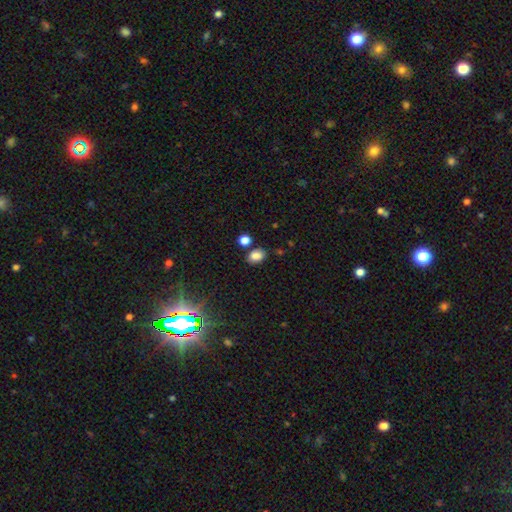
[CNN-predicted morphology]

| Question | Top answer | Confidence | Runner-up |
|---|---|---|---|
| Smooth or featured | smooth | 82% | star or artifact (12%) |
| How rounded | in between | 71% | round (28%) |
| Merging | none | 74% | minor disturbance (12%) |